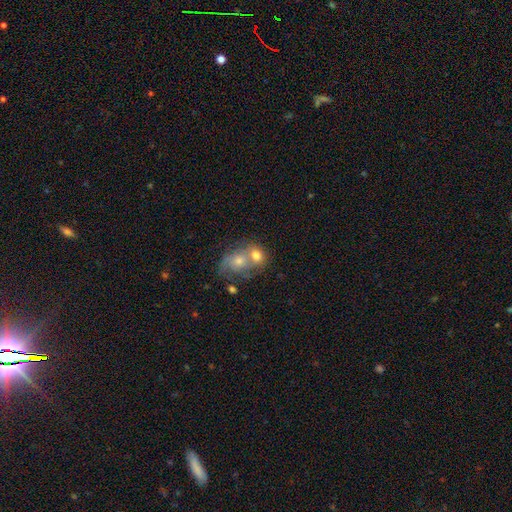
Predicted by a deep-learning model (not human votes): A smooth galaxy with no disk features (61%) that is round (51%).

Vote fractions:
- Smooth or featured? smooth: 61% / featured or disk: 31% / star or artifact: 9%
- How rounded? round: 51% / in between: 47% / cigar-shaped: 1%
- Merging? merger: 67% / none: 20% / minor disturbance: 7% / major disturbance: 5%